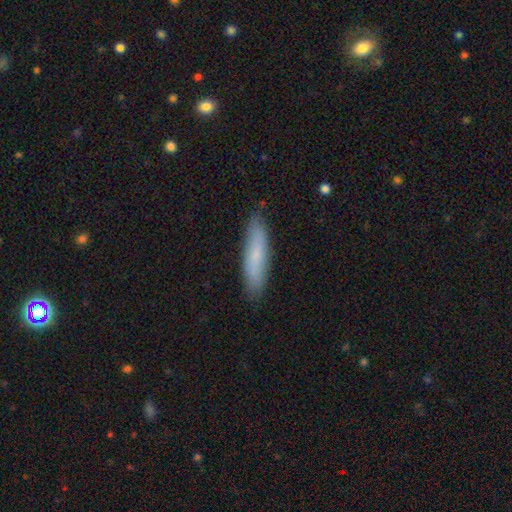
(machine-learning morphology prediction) A smooth galaxy with no disk features (75%) that is cigar-shaped (79%). Merging: none (86%).